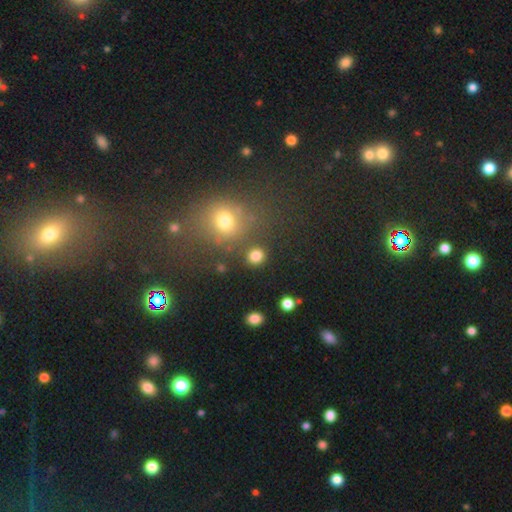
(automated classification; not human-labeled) smooth-or-featured: smooth: 81% | star or artifact: 14% | featured or disk: 5%
  how-rounded: round: 85% | in between: 14% | cigar-shaped: 1%
  merging: none: 84% | minor disturbance: 7% | merger: 5% | major disturbance: 3%